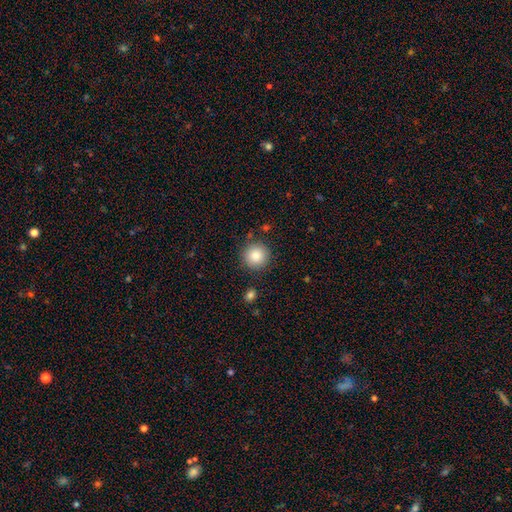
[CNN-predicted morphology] Smooth or featured? smooth (85%)
How rounded? round (95%)
Merging? none (87%)